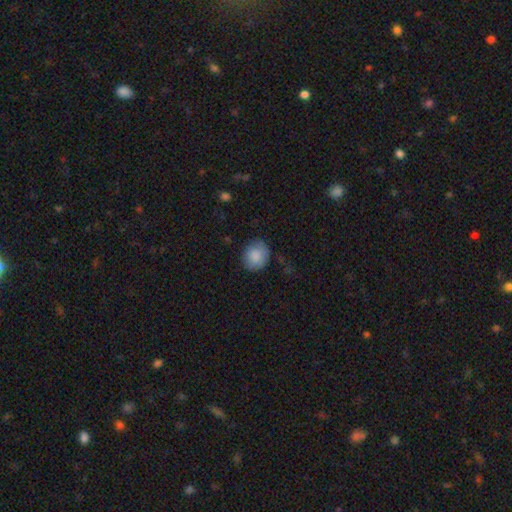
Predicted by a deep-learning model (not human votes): The model was most divided on "how rounded": round: 67%, in between: 32%, cigar-shaped: 1%. More confident: smooth or featured — smooth (86%); merging — none (80%).